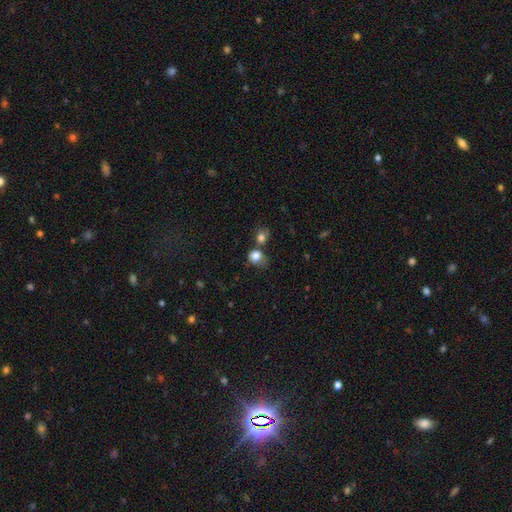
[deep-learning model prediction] This appears to be a smooth galaxy with no disk features (81%) that is round (68%). Merging: none (45%).